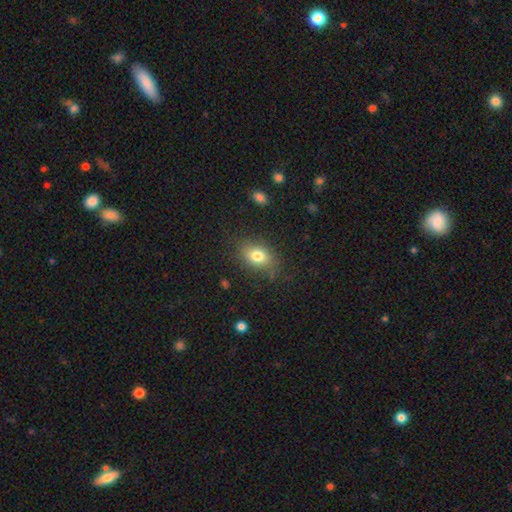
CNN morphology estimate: This appears to be a smooth galaxy with no disk features (78%) that is in between round and cigar-shaped (74%). Merging: none (78%).